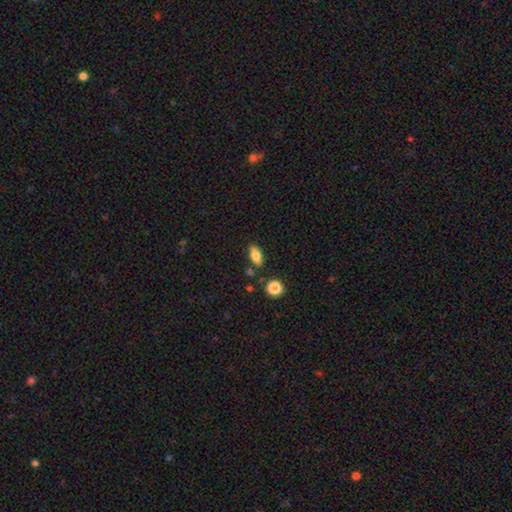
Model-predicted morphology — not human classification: A smooth galaxy with no disk features (79%) that is in between round and cigar-shaped (83%). Merging: none (80%).